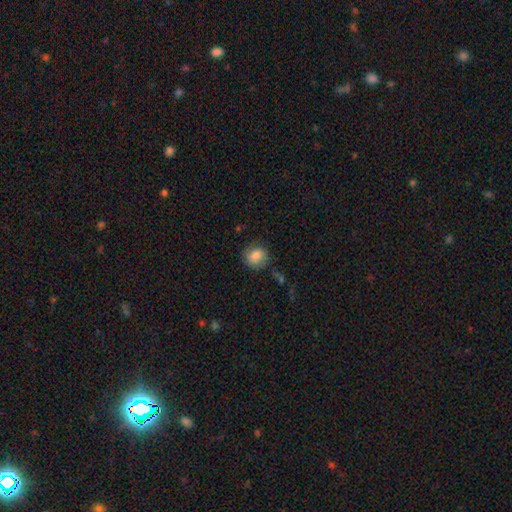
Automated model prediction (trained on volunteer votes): Smooth or featured?
  - smooth: 80% *
  - featured or disk: 12%
  - star or artifact: 9%
How rounded?
  - round: 79% *
  - in between: 20%
  - cigar-shaped: 1%
Merging?
  - none: 77% *
  - minor disturbance: 16%
  - major disturbance: 4%
  - merger: 2%